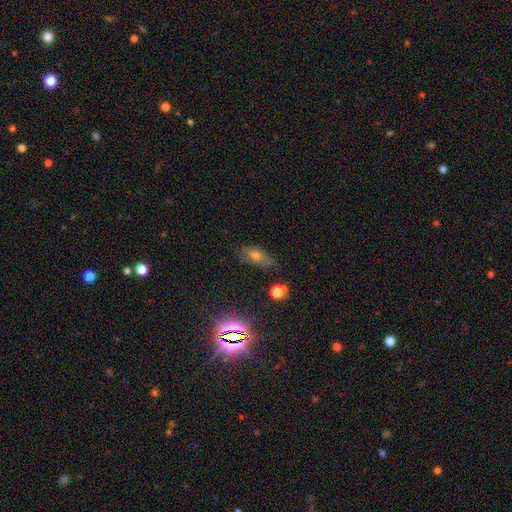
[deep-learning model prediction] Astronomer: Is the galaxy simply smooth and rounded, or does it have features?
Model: smooth — 59%.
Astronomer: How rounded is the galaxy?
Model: in between — 80%.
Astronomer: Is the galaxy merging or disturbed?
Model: none — 73%.